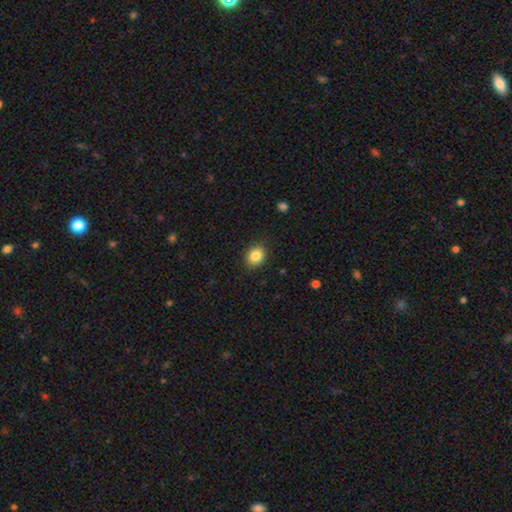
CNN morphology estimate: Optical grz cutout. It shows a smooth galaxy with no disk features (85%) that is round (54%). Merging: none (86%).